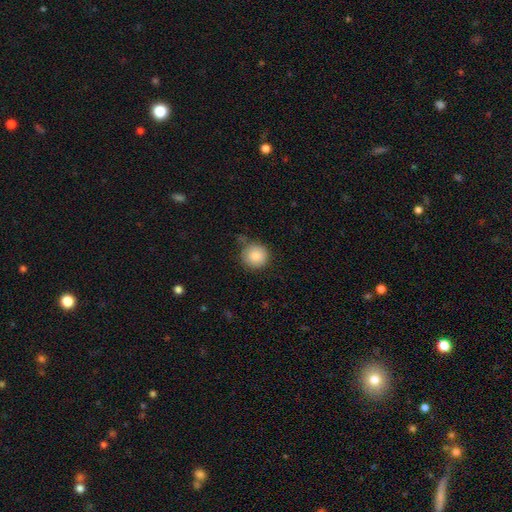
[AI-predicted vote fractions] This is clearly a smooth galaxy (86%). How rounded: clearly round (94%). Merging: likely none (74%).